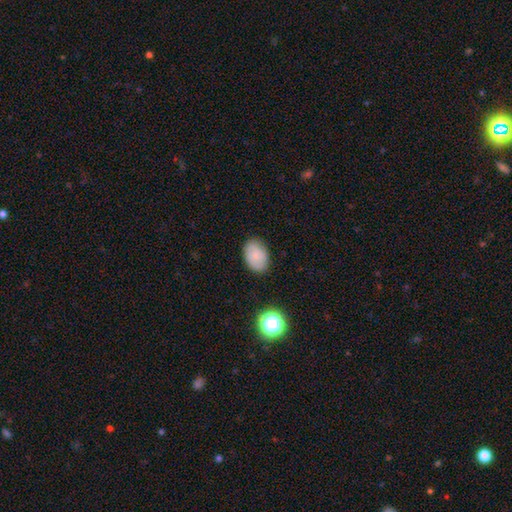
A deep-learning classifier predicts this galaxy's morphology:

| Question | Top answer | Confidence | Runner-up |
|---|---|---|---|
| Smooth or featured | smooth | 80% | featured or disk (11%) |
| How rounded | in between | 85% | round (14%) |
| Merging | none | 85% | minor disturbance (11%) |